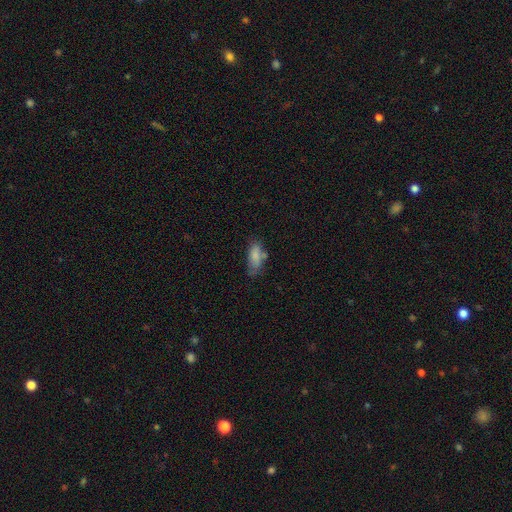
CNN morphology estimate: The model was most divided on "merging": none: 52%, minor disturbance: 28%, merger: 11%, major disturbance: 10%. More confident: smooth or featured — smooth (79%); how rounded — in between (77%).